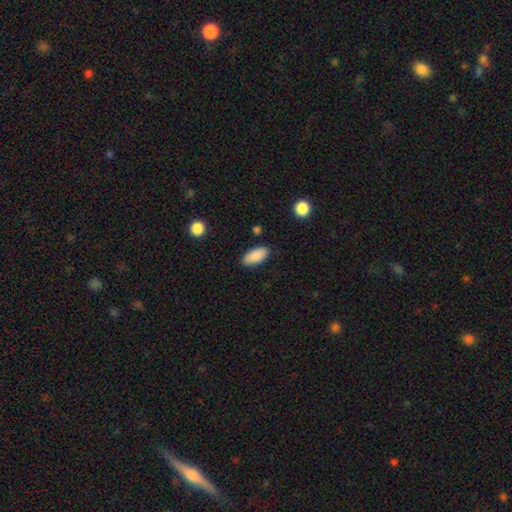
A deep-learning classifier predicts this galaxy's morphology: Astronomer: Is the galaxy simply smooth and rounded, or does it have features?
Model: smooth — 88%.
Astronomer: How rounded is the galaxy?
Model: in between — 89%.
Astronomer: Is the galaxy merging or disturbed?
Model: none — 85%.